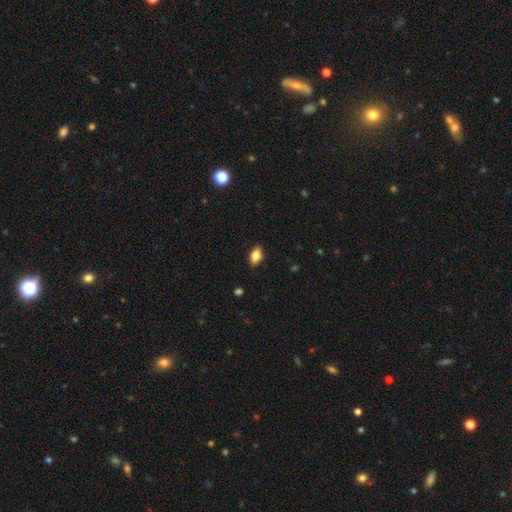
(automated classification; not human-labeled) Smooth or featured? Predicted: smooth (p=0.70). How rounded? Predicted: in between (p=0.86). Merging? Predicted: none (p=0.87).